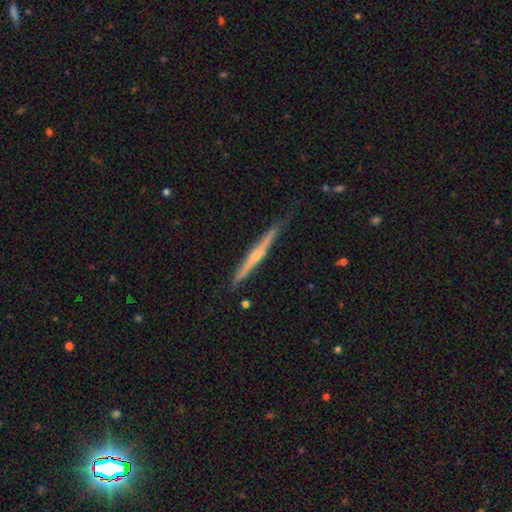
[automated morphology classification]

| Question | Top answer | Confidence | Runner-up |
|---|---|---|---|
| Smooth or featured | featured or disk | 72% | smooth (22%) |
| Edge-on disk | yes | 98% | no (2%) |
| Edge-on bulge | rounded | 72% | none (23%) |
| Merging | none | 79% | minor disturbance (17%) |